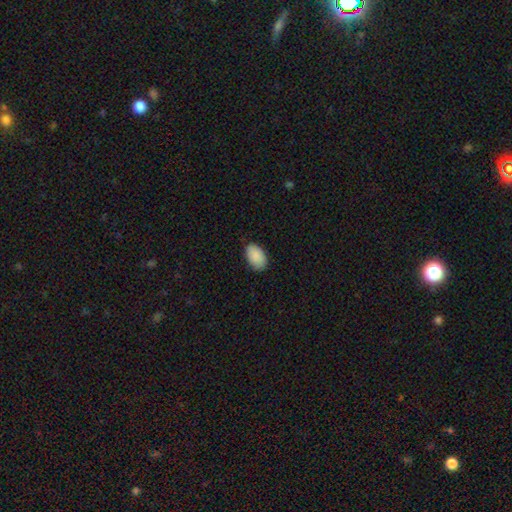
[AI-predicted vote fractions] Q: Smooth or featured?
A: smooth (90%); runner-up: star or artifact (6%)
Q: How rounded?
A: in between (93%); runner-up: round (6%)
Q: Merging?
A: none (83%); runner-up: minor disturbance (13%)